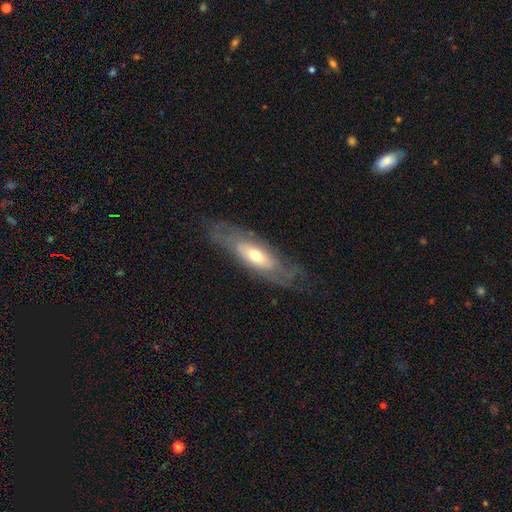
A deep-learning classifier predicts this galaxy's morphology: This appears to be a featured or disk galaxy (60%). Merging: none (65%).